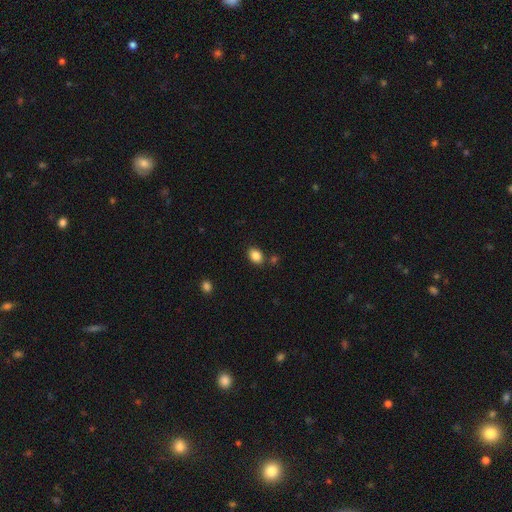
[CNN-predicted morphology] smooth-or-featured: smooth: 86% | star or artifact: 9% | featured or disk: 5%
  how-rounded: in between: 71% | round: 28% | cigar-shaped: 1%
  merging: none: 81% | minor disturbance: 10% | merger: 6% | major disturbance: 3%